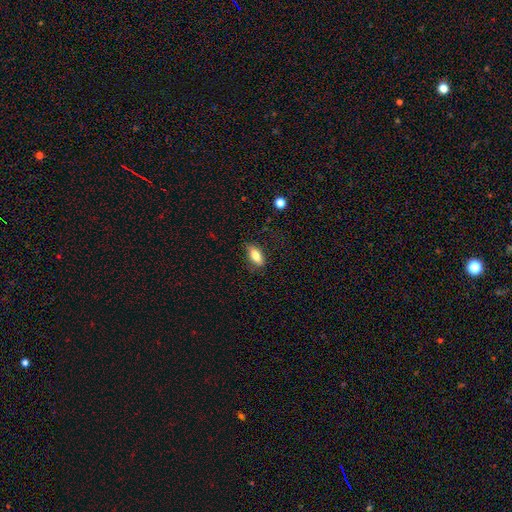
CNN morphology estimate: Smooth or featured? smooth (80%)
How rounded? in between (79%)
Merging? none (77%)